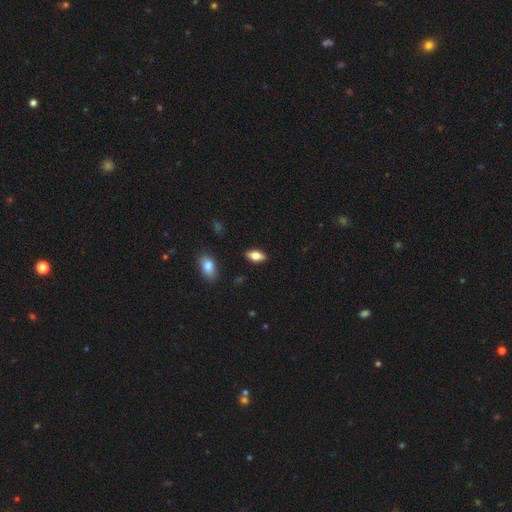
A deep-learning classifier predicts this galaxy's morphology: Smooth or featured?
  - smooth: 68% *
  - featured or disk: 24%
  - star or artifact: 8%
How rounded?
  - in between: 86% *
  - cigar-shaped: 11%
  - round: 4%
Merging?
  - none: 88% *
  - minor disturbance: 9%
  - major disturbance: 2%
  - merger: 1%